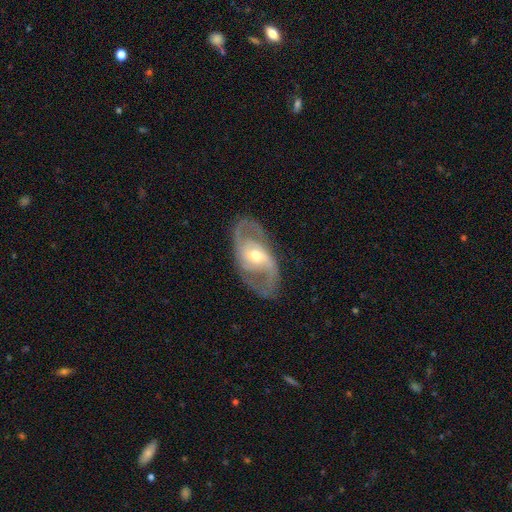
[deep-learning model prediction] Smooth or featured? featured or disk (89%)
Edge-on disk? no (95%)
Bar? weak (42%)
Spiral arms? yes (96%)
Spiral winding? medium (55%)
Spiral arm count? 2 (87%)
Bulge size? moderate (62%)
Merging? none (79%)